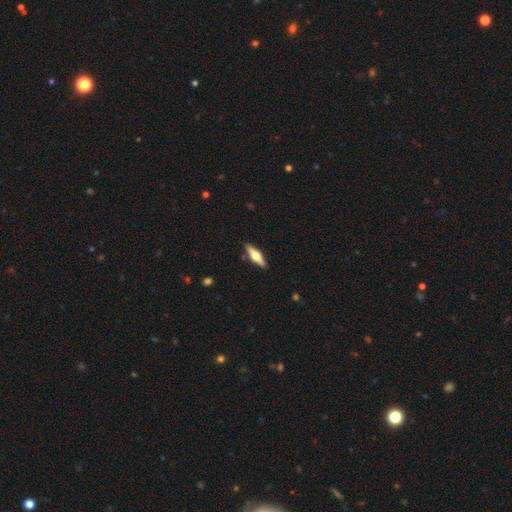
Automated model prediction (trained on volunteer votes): Overall: featured or disk (54%; smooth 40%). Edge-on disk: yes (94%). Edge-on bulge: rounded (93%). Merging: none (88%).